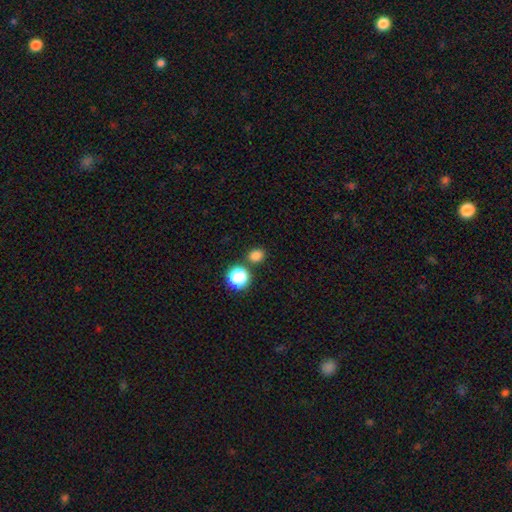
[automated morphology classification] Smooth or featured? smooth (78%)
How rounded? round (68%)
Merging? none (77%)